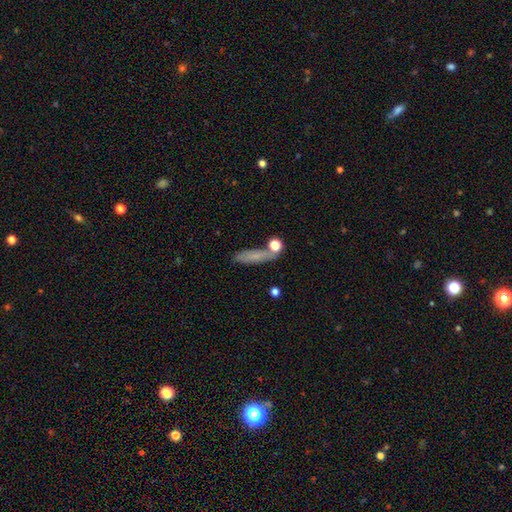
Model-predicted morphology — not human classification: A smooth galaxy with no disk features (69%) that is cigar-shaped (66%). Merging: none (66%).